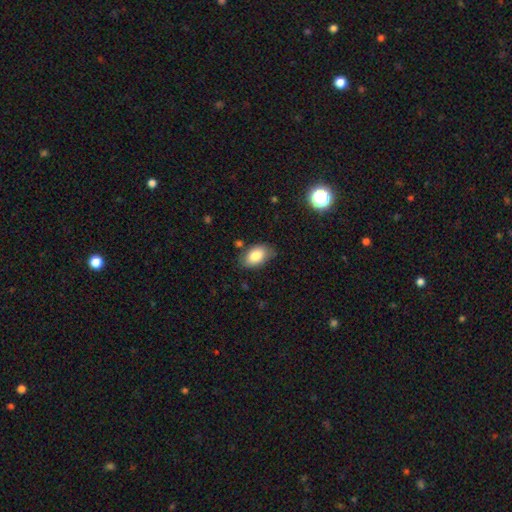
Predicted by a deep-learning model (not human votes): Smooth or featured?
  - smooth: 82% *
  - featured or disk: 11%
  - star or artifact: 7%
How rounded?
  - in between: 92% *
  - round: 7%
  - cigar-shaped: 1%
Merging?
  - none: 73% *
  - minor disturbance: 21%
  - major disturbance: 4%
  - merger: 3%